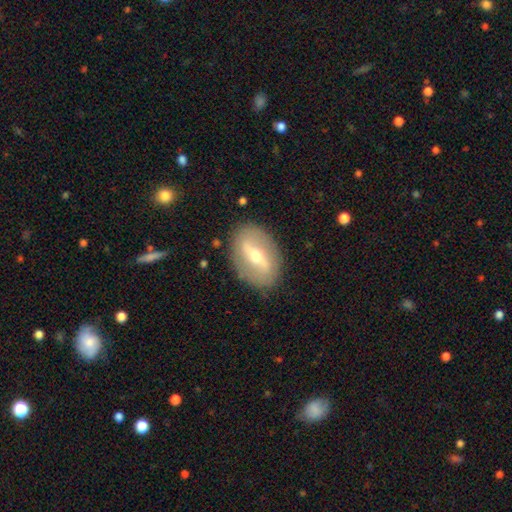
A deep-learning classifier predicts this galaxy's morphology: smooth-or-featured: featured or disk: 68% | smooth: 25% | star or artifact: 6%
  disk-edge-on: no: 87% | yes: 13%
    bar: strong: 56% | weak: 31% | no: 12%
    has-spiral-arms: no: 53% | yes: 47%
    bulge-size: moderate: 64% | small: 29% | large: 5% | dominant: 1% | none: 1%
  merging: none: 85% | minor disturbance: 10% | major disturbance: 3% | merger: 1%